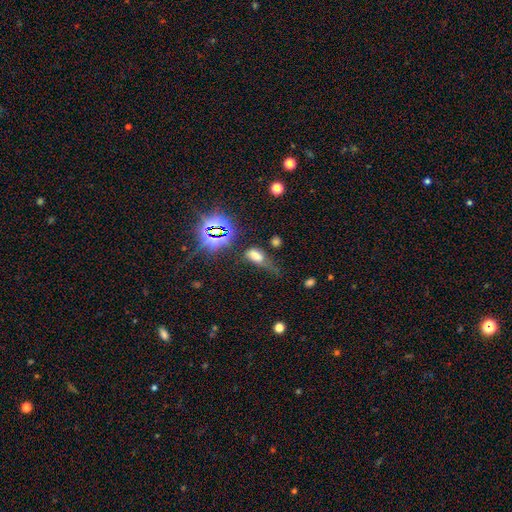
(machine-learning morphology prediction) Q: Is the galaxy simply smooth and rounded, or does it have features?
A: smooth — 58%.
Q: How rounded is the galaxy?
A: in between — 81%.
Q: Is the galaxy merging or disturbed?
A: none — 32%.